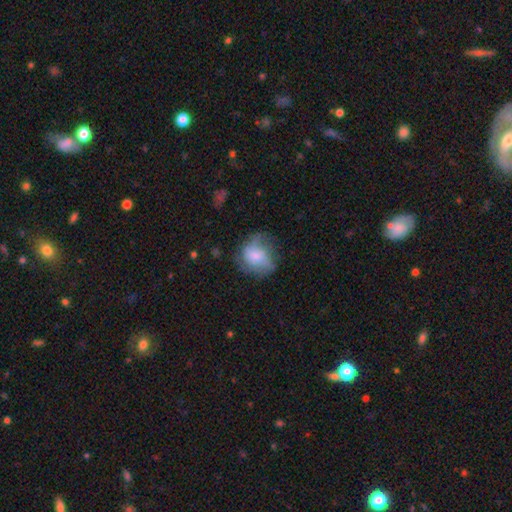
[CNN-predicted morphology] This appears to be a smooth galaxy with no disk features (53%) that is round (63%). Merging: none (52%).